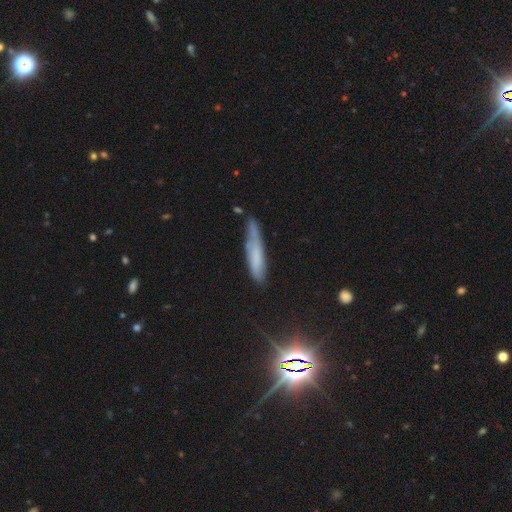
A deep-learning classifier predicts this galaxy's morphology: This appears to be a smooth galaxy with no disk features (57%) that is cigar-shaped (85%). Merging: none (57%).